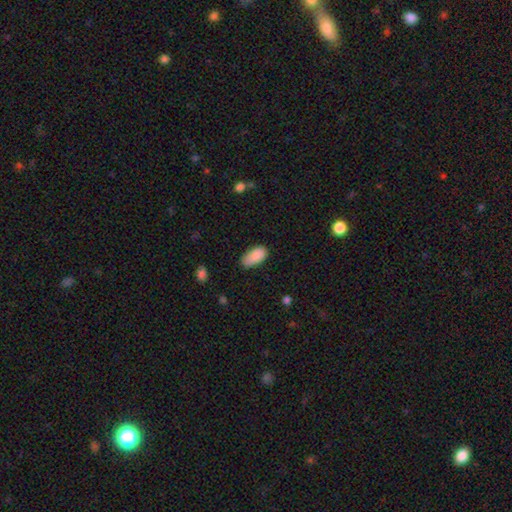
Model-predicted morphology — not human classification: type=smooth (88%); roundness=in between (94%); merging=none (68%).